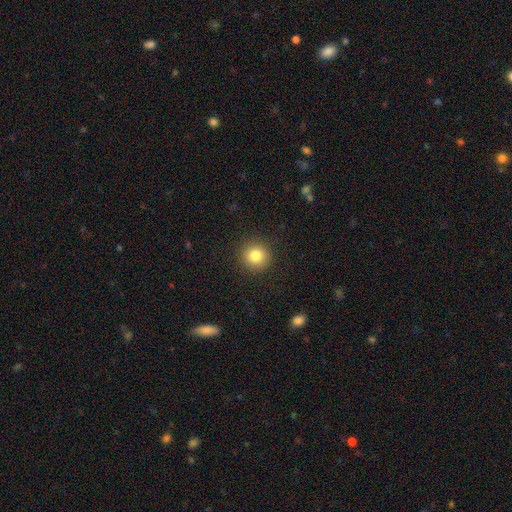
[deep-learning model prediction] This is clearly a smooth galaxy (82%). How rounded: clearly round (93%). Merging: clearly none (90%).